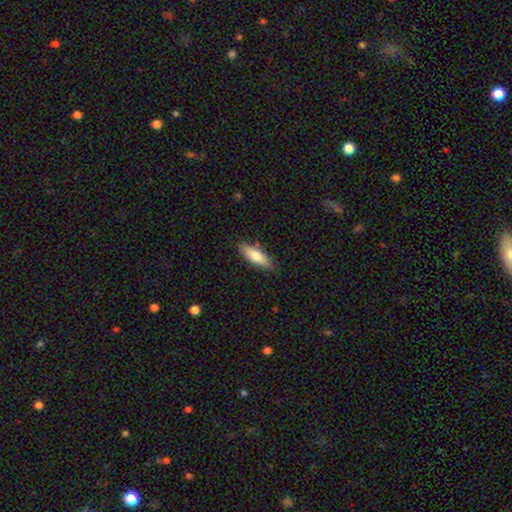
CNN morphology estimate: This is likely a smooth galaxy (75%). How rounded: possibly in between (56%). Merging: clearly none (83%).